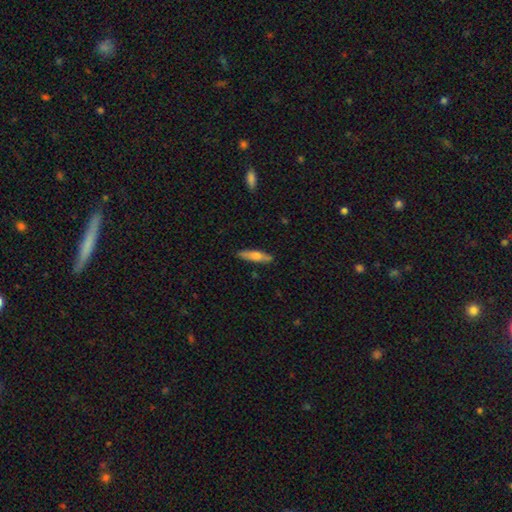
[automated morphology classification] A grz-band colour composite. It shows a smooth galaxy with no disk features (59%) that is cigar-shaped (80%). Merging: none (86%).